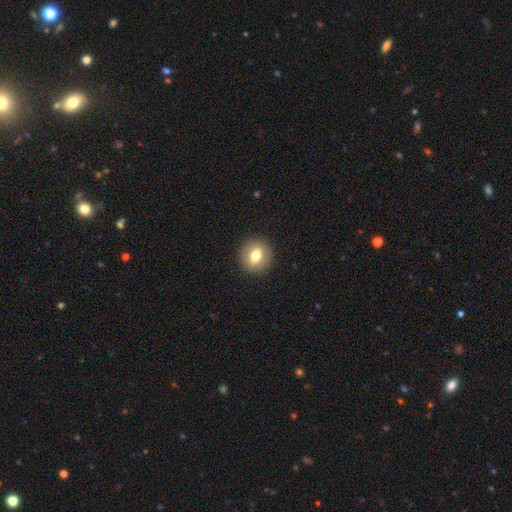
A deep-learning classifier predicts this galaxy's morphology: A smooth galaxy with no disk features (73%) that is round (83%).

Vote fractions:
- Smooth or featured? smooth: 73% / featured or disk: 17% / star or artifact: 9%
- How rounded? round: 83% / in between: 16% / cigar-shaped: 1%
- Merging? none: 91% / minor disturbance: 6% / major disturbance: 2% / merger: 1%